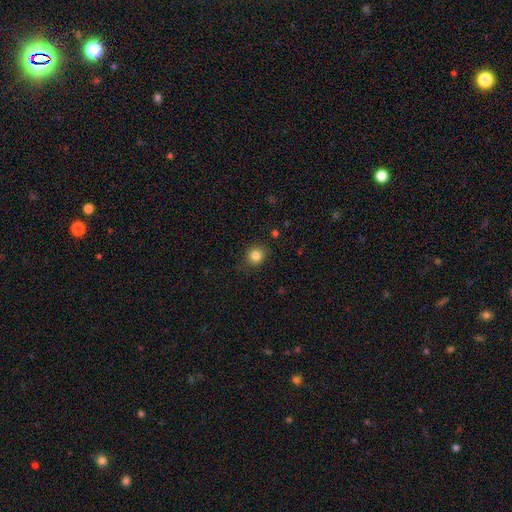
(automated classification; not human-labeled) The model was most divided on "smooth or featured": smooth: 83%, star or artifact: 12%, featured or disk: 6%. More confident: merging — none (87%); how rounded — round (85%).